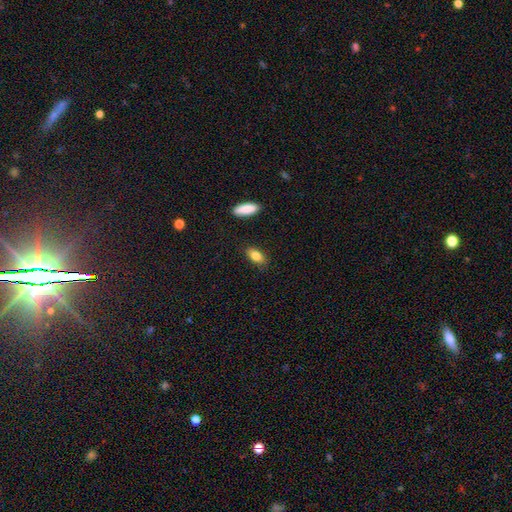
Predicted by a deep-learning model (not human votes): This is clearly a smooth galaxy (82%). How rounded: clearly in between (85%). Merging: clearly none (84%).